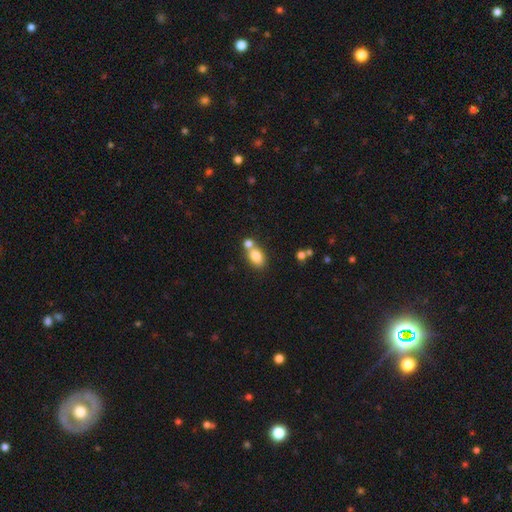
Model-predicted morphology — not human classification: Smooth or featured? smooth (81%)
How rounded? in between (82%)
Merging? none (45%)